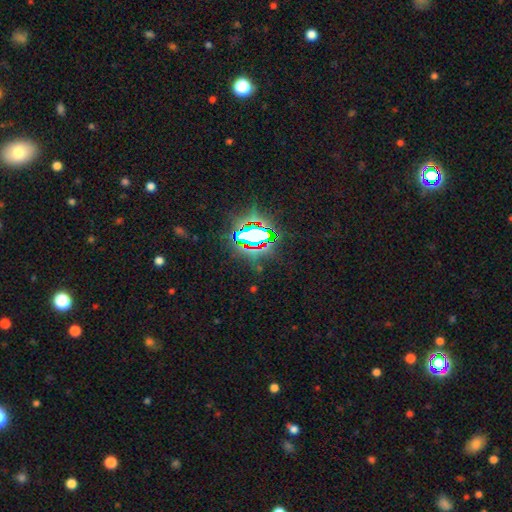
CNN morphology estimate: A star or artifact, not a galaxy (83%).

Vote fractions:
- Smooth or featured? star or artifact: 83% / smooth: 10% / featured or disk: 7%